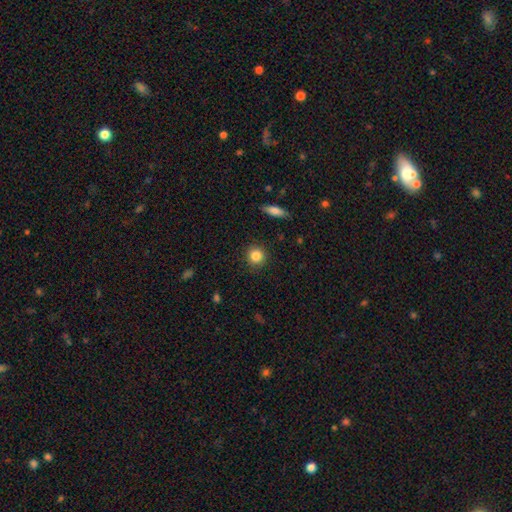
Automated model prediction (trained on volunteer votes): A smooth galaxy with no disk features (85%) that is round (91%). Merging: none (90%).